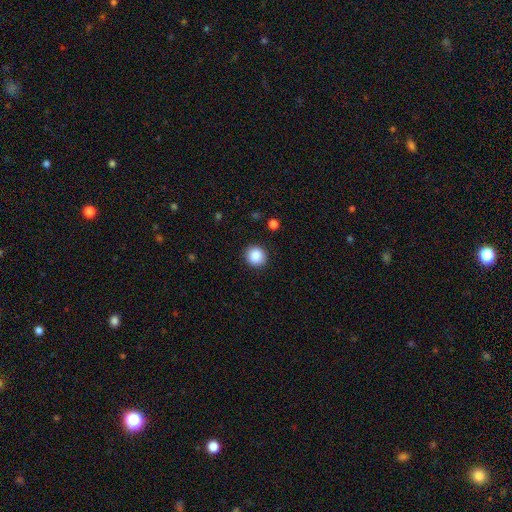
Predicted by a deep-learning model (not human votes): The model was most divided on "how rounded": round: 89%, in between: 10%, cigar-shaped: 1%. More confident: merging — none (90%); smooth or featured — smooth (87%).